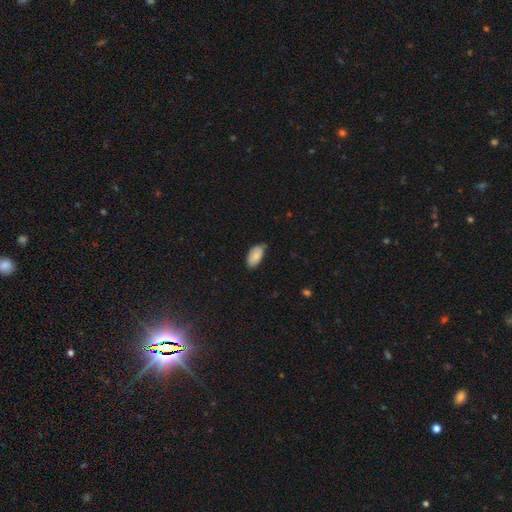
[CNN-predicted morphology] The model was most divided on "merging": none: 65%, minor disturbance: 30%, major disturbance: 4%, merger: 1%. More confident: how rounded — in between (95%); smooth or featured — smooth (84%).